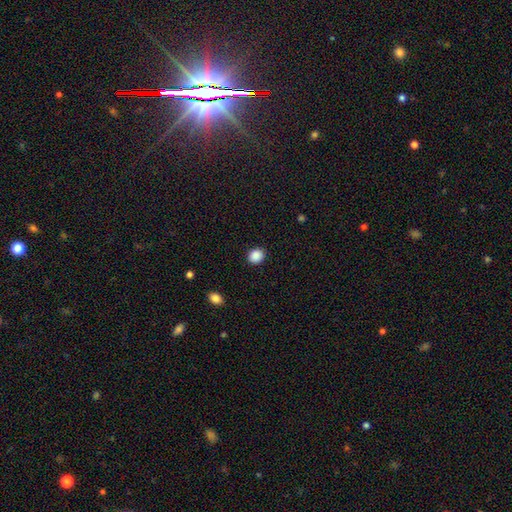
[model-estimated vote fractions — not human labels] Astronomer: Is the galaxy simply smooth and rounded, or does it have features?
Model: smooth — 89%.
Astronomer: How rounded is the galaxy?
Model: round — 70%.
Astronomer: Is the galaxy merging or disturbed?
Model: none — 90%.